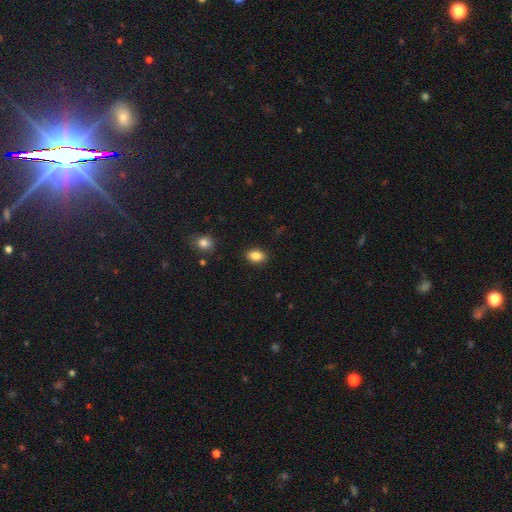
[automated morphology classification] The model was most divided on "how rounded": in between: 83%, round: 15%, cigar-shaped: 2%. More confident: merging — none (88%); smooth or featured — smooth (86%).